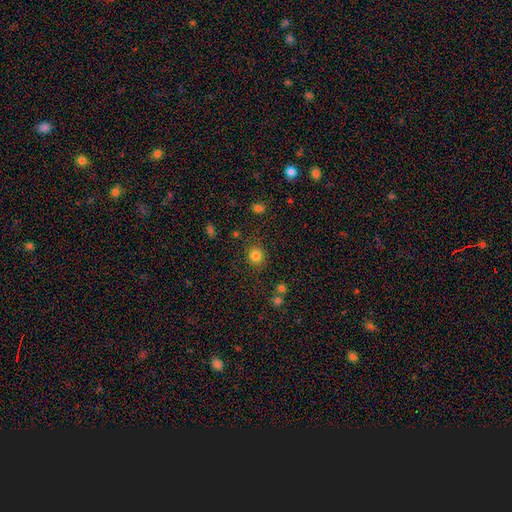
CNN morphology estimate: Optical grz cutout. It shows a smooth galaxy with no disk features (83%) that is round (88%). Merging: none (85%).